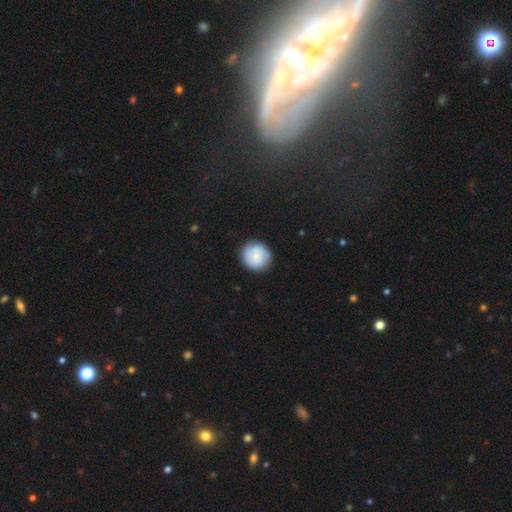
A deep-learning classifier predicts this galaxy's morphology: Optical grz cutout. It shows a smooth galaxy with no disk features (66%) that is round (91%). Merging: none (85%).